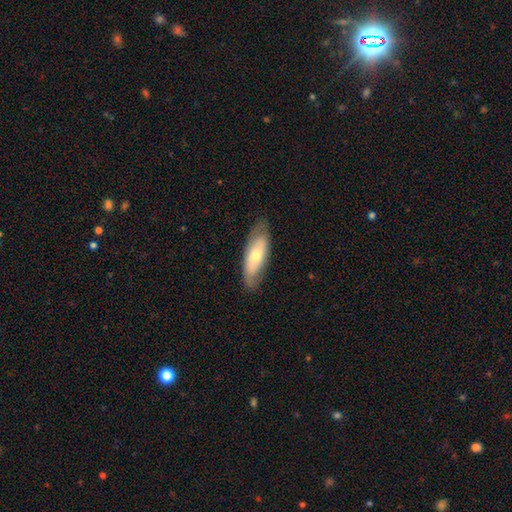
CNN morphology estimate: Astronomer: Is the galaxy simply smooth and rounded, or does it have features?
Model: smooth — 54% (runner-up: featured or disk, 40%).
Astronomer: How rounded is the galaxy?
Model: in between — 65%.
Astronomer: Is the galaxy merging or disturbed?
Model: none — 80%.